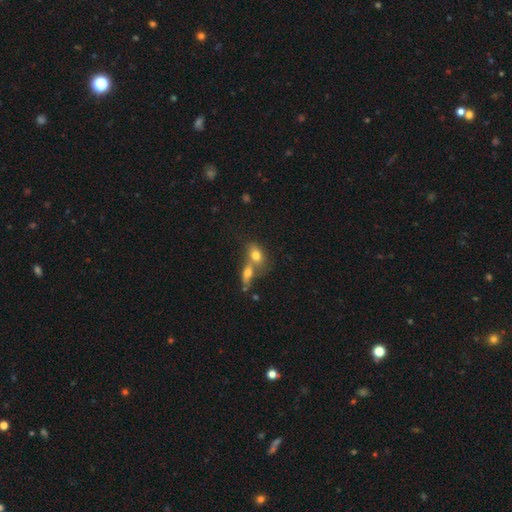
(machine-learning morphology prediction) This appears to be a smooth galaxy with no disk features (75%) that is in between round and cigar-shaped (77%). Merging: merger (60%).